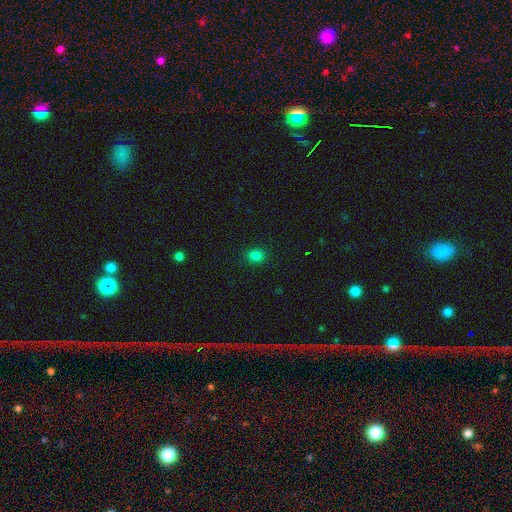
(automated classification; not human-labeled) Smooth or featured: smooth — 82% (star or artifact — 14%)
How rounded: round — 61% (in between — 38%)
Merging: none — 90% (minor disturbance — 7%)